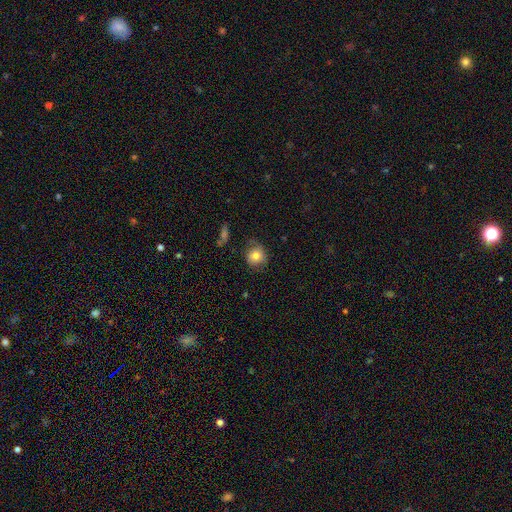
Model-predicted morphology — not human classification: The model was most divided on "merging": none: 67%, minor disturbance: 23%, major disturbance: 8%, merger: 2%. More confident: how rounded — round (82%); smooth or featured — smooth (78%).